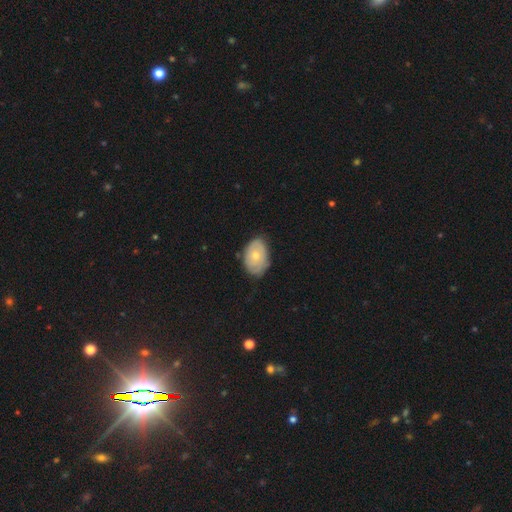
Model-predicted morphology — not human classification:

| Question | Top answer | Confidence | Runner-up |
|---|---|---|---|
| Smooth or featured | smooth | 61% | featured or disk (33%) |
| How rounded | in between | 84% | round (15%) |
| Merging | none | 70% | minor disturbance (25%) |